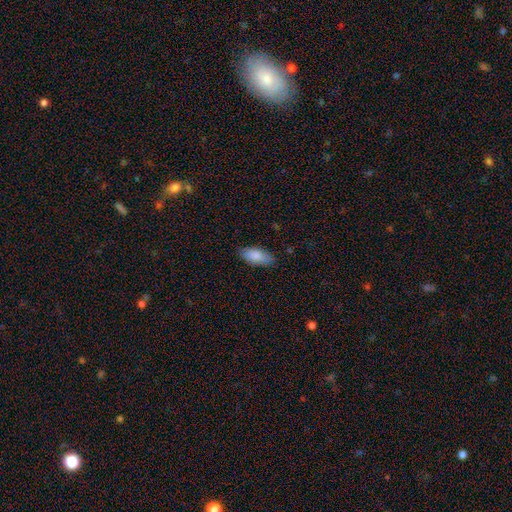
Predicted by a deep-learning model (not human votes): smooth-or-featured: smooth: 85% | featured or disk: 9% | star or artifact: 6%
  how-rounded: in between: 87% | cigar-shaped: 11% | round: 2%
  merging: none: 83% | minor disturbance: 14% | major disturbance: 3% | merger: 1%